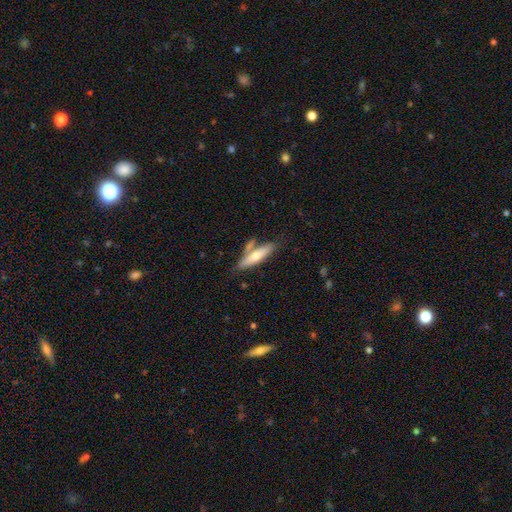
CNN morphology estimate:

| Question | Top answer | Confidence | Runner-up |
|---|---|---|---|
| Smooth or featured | smooth | 58% | featured or disk (37%) |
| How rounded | cigar-shaped | 73% | in between (25%) |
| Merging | none | 60% | merger (20%) |